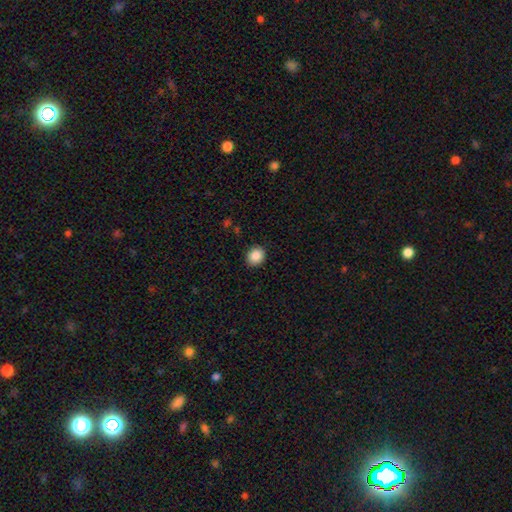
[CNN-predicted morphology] smooth 88%, star or artifact 9%, featured or disk 4%. Down the decision tree: how rounded — round (70%); merging — none (90%).